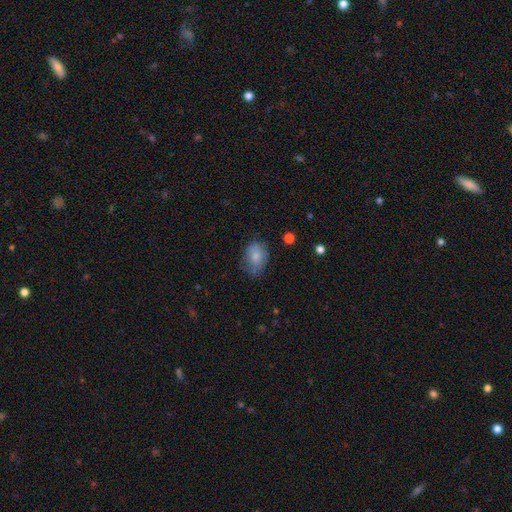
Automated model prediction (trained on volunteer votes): Smooth or featured: smooth — 79% (featured or disk — 13%)
How rounded: in between — 71% (round — 28%)
Merging: none — 63% (minor disturbance — 27%)